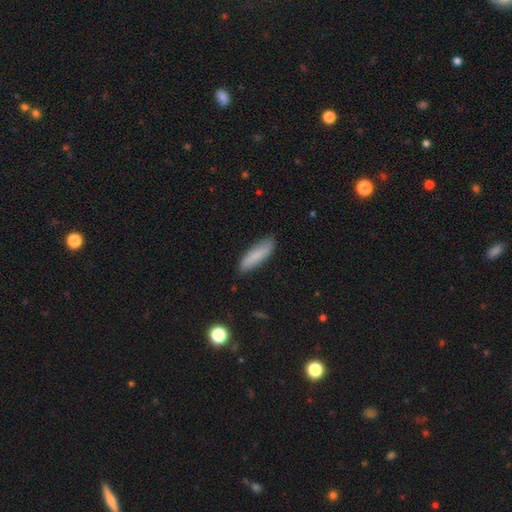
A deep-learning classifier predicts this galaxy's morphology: smooth_or_featured: smooth (p=0.83) [alt: featured or disk p=0.11]
how_rounded: cigar-shaped (p=0.61) [alt: in between p=0.37]
merging: none (p=0.84) [alt: minor disturbance p=0.12]